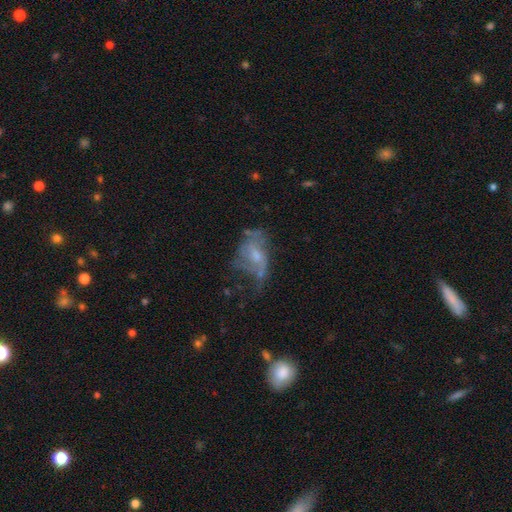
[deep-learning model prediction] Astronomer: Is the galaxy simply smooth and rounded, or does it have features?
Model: featured or disk — 62%.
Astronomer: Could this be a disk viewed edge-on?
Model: no — 95%.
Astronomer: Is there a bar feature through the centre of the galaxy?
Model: no — 64%.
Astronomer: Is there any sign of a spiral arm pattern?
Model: yes — 54% (runner-up: no, 46%).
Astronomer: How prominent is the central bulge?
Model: small — 43% (runner-up: moderate, 40%).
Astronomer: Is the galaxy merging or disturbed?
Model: major disturbance — 40% (runner-up: none, 31%).